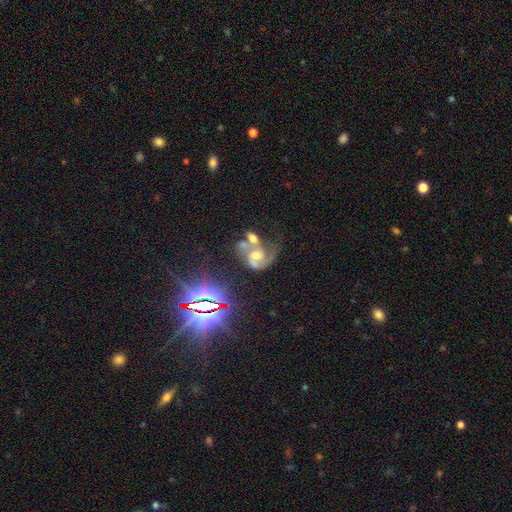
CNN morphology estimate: Smooth or featured? featured or disk (71%)
Edge-on disk? no (98%)
Bar? no (62%)
Spiral arms? yes (86%)
Spiral winding? medium (46%)
Spiral arm count? 2 (65%)
Bulge size? moderate (59%)
Merging? merger (56%)